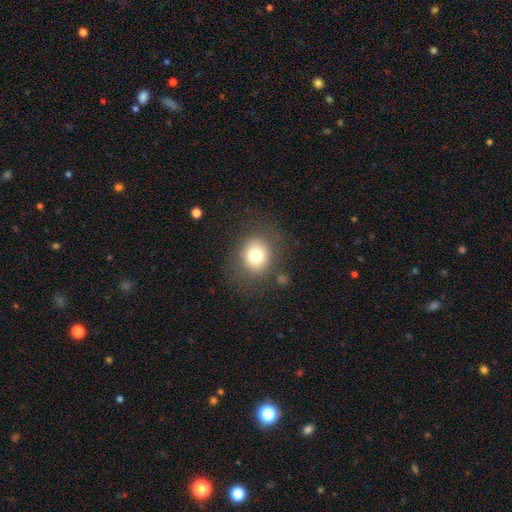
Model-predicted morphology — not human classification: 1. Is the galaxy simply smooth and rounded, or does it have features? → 76% smooth, 12% featured or disk, 12% star or artifact.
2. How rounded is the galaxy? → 72% round, 27% in between, 1% cigar-shaped.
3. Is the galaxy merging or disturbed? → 79% none, 12% minor disturbance, 7% major disturbance, 2% merger.